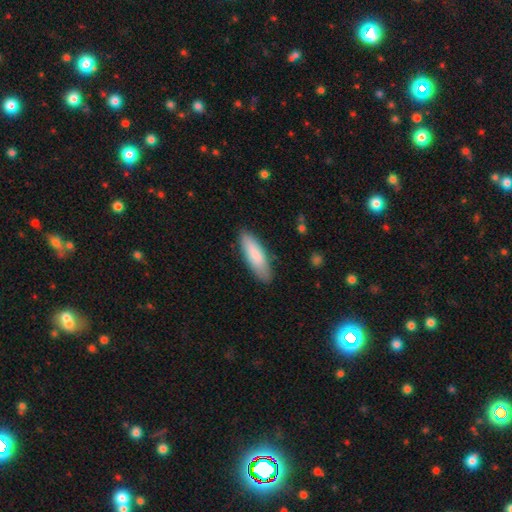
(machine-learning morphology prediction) Smooth or featured: smooth — 83% (featured or disk — 11%)
How rounded: cigar-shaped — 49% (tied with in between — 49%)
Merging: none — 84% (minor disturbance — 13%)